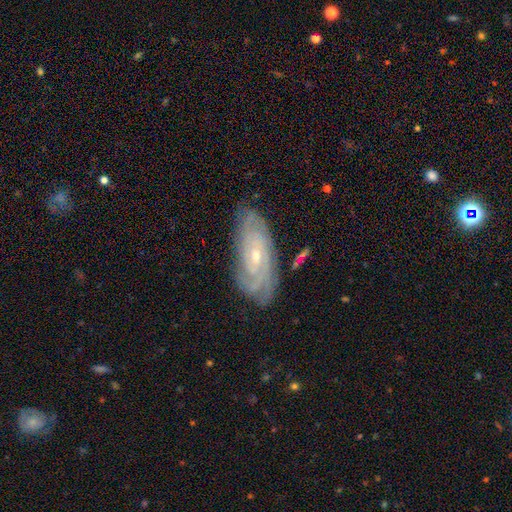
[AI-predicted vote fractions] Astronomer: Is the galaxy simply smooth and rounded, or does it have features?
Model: featured or disk — 82%.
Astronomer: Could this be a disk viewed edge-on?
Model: no — 91%.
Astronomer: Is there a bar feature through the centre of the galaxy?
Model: no — 65%.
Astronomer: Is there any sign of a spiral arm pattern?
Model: yes — 95%.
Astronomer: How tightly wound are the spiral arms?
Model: tight — 75%.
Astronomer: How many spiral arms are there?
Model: can't tell — 40% (runner-up: 3, 17%).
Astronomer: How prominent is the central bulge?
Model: small — 66%.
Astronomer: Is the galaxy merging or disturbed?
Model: none — 77%.